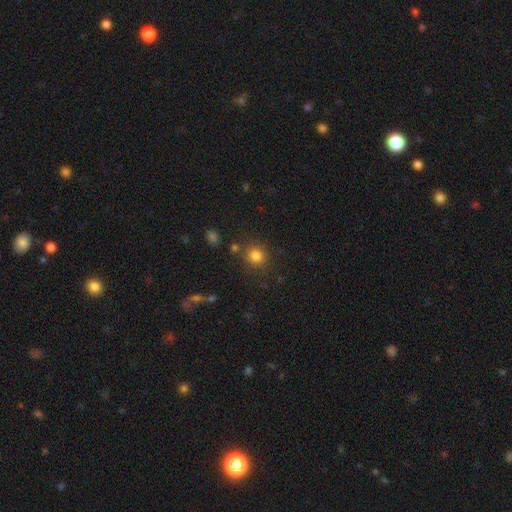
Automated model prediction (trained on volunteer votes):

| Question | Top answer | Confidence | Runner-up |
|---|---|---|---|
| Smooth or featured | smooth | 81% | star or artifact (13%) |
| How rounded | round | 87% | in between (12%) |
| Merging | none | 82% | minor disturbance (9%) |